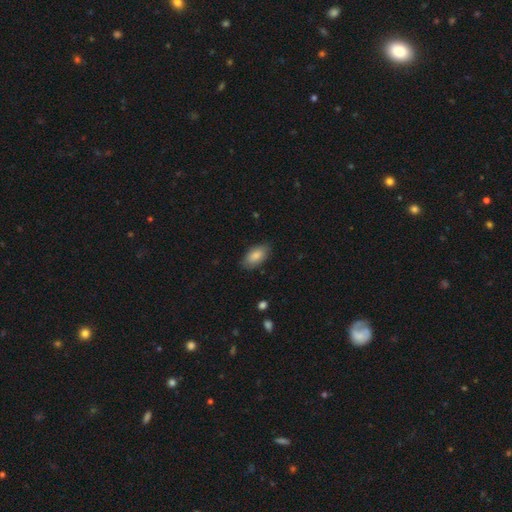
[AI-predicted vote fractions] A smooth galaxy with no disk features (86%) that is in between round and cigar-shaped (93%).

Vote fractions:
- Smooth or featured? smooth: 86% / featured or disk: 8% / star or artifact: 6%
- How rounded? in between: 93% / cigar-shaped: 4% / round: 3%
- Merging? none: 83% / minor disturbance: 13% / major disturbance: 3% / merger: 1%